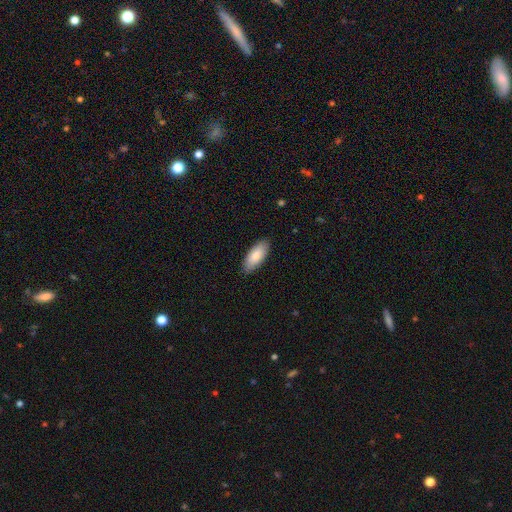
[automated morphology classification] A smooth galaxy with no disk features (85%) that is in between round and cigar-shaped (84%). Merging: none (88%).